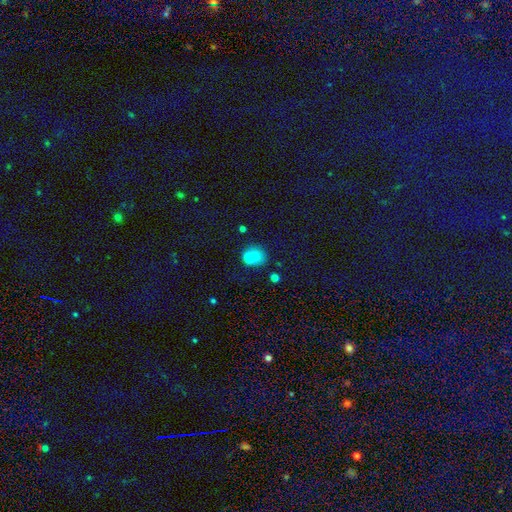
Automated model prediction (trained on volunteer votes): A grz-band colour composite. It shows a smooth galaxy with no disk features (67%) that is round (75%). Merging: none (44%).